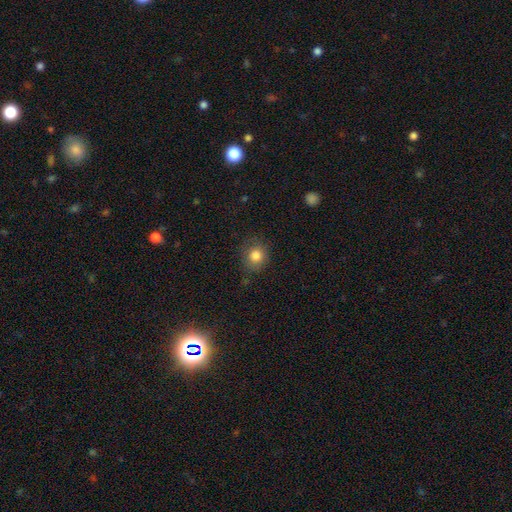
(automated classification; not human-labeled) Smooth or featured? smooth (82%)
How rounded? round (81%)
Merging? none (79%)